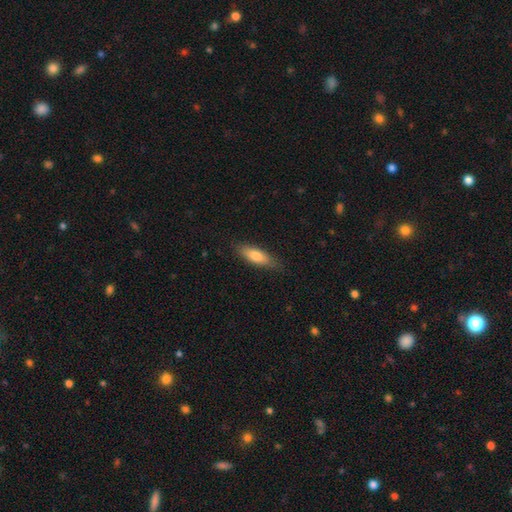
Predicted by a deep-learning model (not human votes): This appears to be a smooth galaxy with no disk features (75%) that is in between round and cigar-shaped (53%). Merging: none (81%).